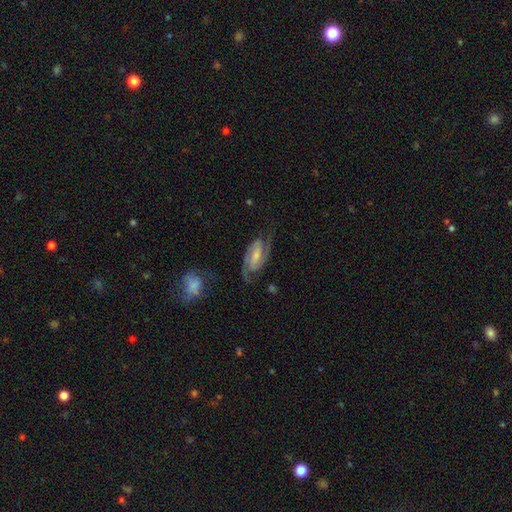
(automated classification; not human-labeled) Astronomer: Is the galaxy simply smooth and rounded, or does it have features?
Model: featured or disk — 82%.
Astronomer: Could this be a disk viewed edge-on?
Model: no — 96%.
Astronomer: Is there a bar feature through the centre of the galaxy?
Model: weak — 45% (runner-up: no, 30%).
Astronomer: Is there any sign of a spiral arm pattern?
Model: yes — 96%.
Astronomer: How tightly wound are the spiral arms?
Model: medium — 52% (runner-up: tight, 29%).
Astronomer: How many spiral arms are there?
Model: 2 — 90%.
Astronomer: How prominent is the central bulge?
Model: small — 45% (runner-up: moderate, 34%).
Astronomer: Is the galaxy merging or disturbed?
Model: none — 70%.